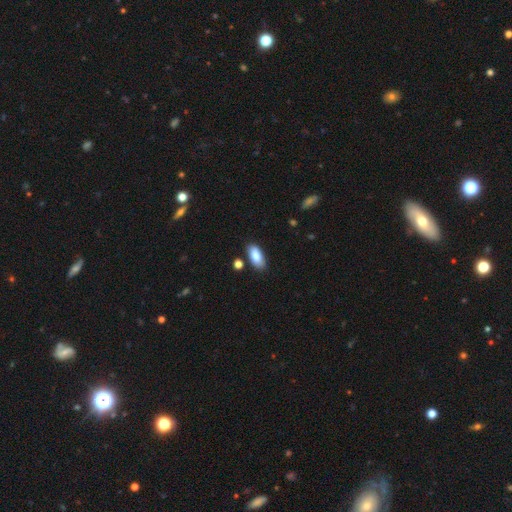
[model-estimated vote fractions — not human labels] Overall: smooth (85%). How rounded: in between (90%). Merging: none (82%).